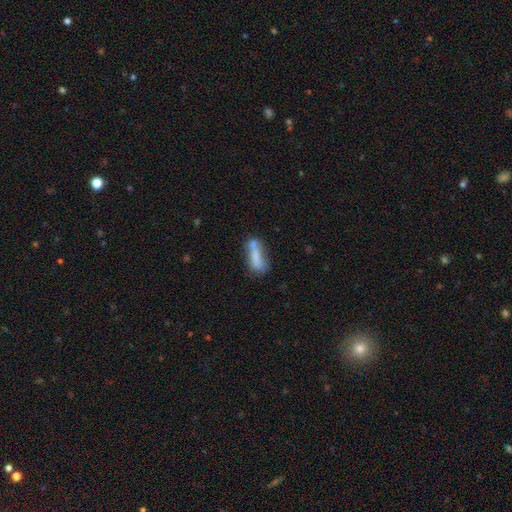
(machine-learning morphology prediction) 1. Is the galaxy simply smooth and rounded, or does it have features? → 70% smooth, 20% featured or disk, 9% star or artifact.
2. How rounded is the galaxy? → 59% in between, 38% cigar-shaped, 4% round.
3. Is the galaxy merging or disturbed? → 36% none, 34% merger, 19% minor disturbance, 11% major disturbance.